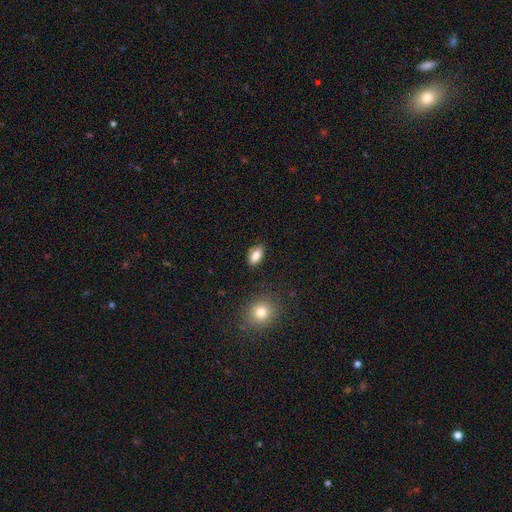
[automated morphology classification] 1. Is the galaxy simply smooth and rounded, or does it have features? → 85% smooth, 8% star or artifact, 7% featured or disk.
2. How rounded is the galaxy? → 90% in between, 5% round, 4% cigar-shaped.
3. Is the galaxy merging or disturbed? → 83% none, 12% minor disturbance, 3% major disturbance, 2% merger.